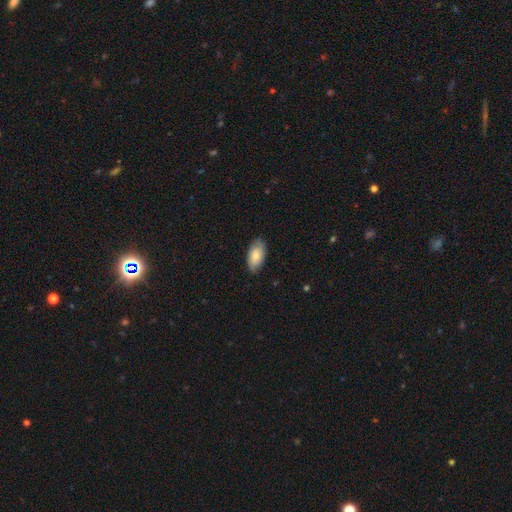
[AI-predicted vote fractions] The model was most divided on "smooth or featured": smooth: 78%, featured or disk: 16%, star or artifact: 6%. More confident: how rounded — in between (94%); merging — none (80%).